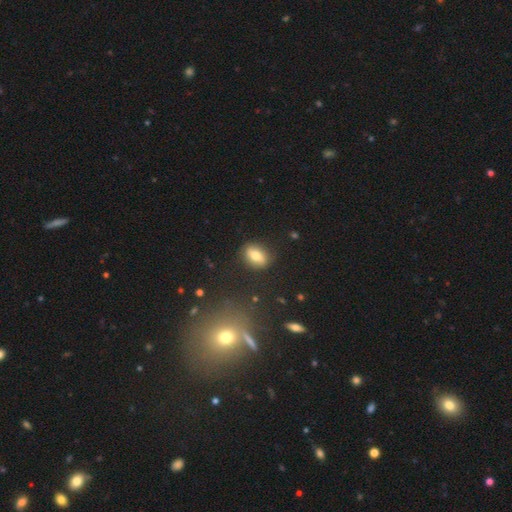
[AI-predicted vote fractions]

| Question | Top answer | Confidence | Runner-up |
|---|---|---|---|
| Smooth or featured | smooth | 73% | featured or disk (18%) |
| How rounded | in between | 73% | round (23%) |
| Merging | none | 85% | minor disturbance (11%) |